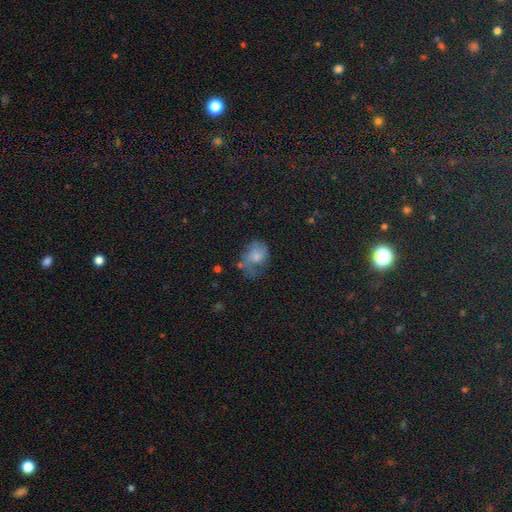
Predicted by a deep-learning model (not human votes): Smooth or featured?
  - smooth: 56% *
  - featured or disk: 33%
  - star or artifact: 12%
How rounded?
  - in between: 67% *
  - round: 32%
  - cigar-shaped: 1%
Merging?
  - major disturbance: 35% *
  - none: 31%
  - minor disturbance: 29%
  - merger: 5%